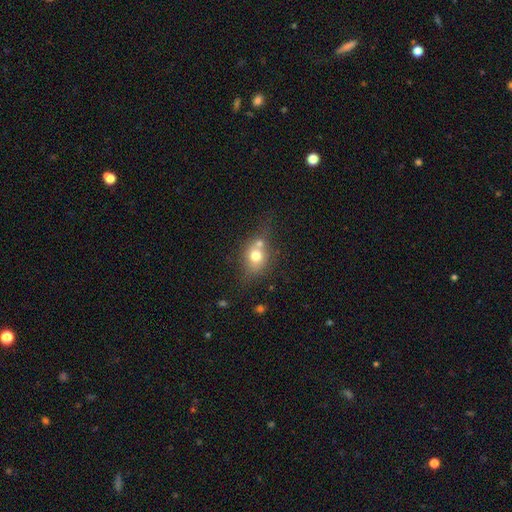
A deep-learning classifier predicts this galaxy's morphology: A smooth galaxy with no disk features (71%) that is round (58%). Merging: none (43%).